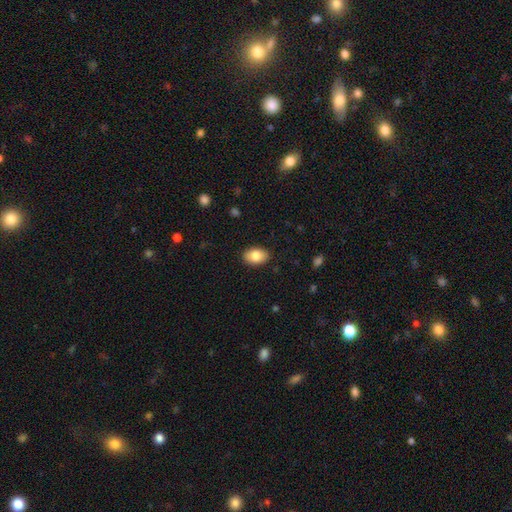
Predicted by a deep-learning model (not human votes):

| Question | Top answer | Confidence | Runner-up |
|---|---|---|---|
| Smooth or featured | smooth | 84% | featured or disk (9%) |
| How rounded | in between | 88% | round (10%) |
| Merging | none | 88% | minor disturbance (9%) |